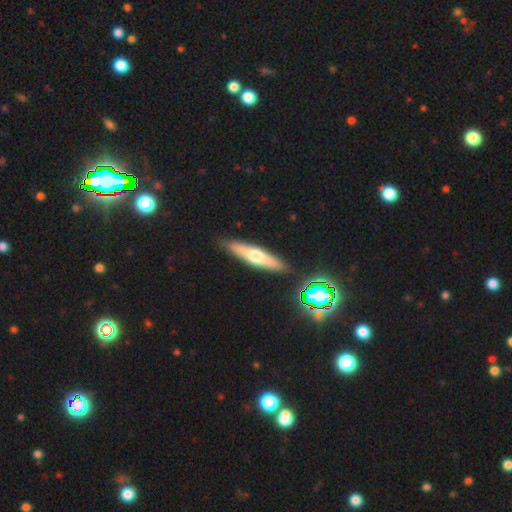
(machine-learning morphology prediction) smooth-or-featured: featured or disk: 47% | smooth: 45% | star or artifact: 7%
  merging: none: 88% | minor disturbance: 8% | merger: 2% | major disturbance: 2%